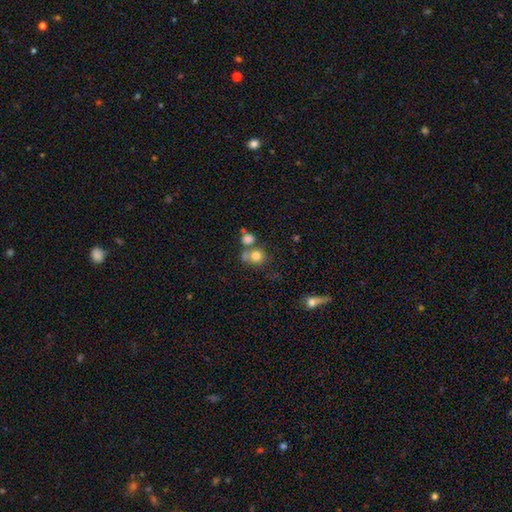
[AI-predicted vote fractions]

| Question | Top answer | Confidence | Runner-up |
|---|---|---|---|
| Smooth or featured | smooth | 71% | star or artifact (16%) |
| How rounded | round | 81% | in between (18%) |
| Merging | none | 47% | merger (36%) |